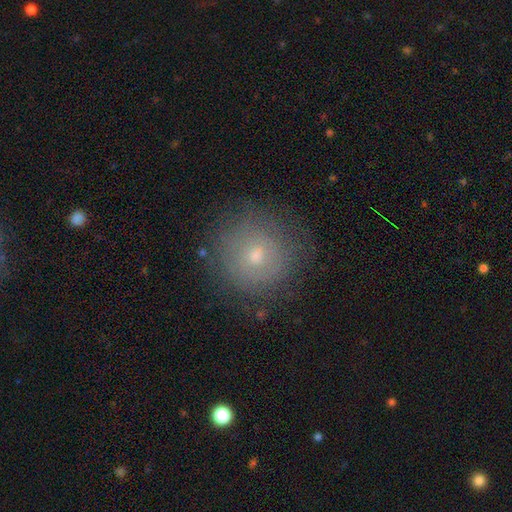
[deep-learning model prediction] This is possibly a smooth galaxy (57%). How rounded: clearly round (93%). Merging: clearly none (81%).